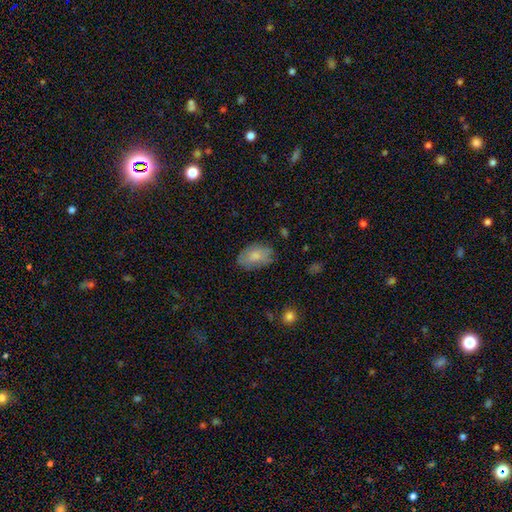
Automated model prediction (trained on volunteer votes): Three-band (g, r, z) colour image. It shows a smooth galaxy with no disk features (75%) that is in between round and cigar-shaped (89%). Merging: none (73%).